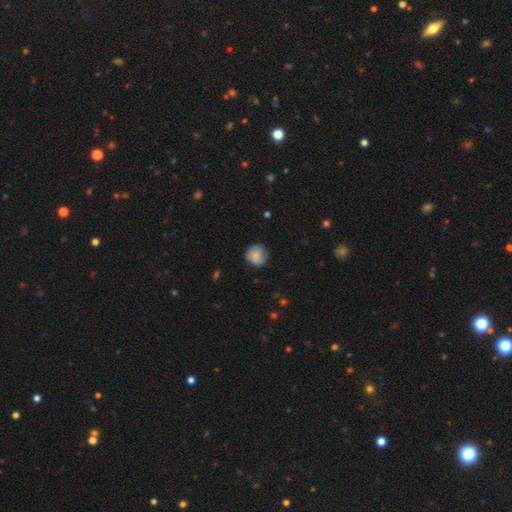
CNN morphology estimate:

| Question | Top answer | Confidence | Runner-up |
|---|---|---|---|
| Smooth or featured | smooth | 83% | featured or disk (10%) |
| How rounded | round | 90% | in between (9%) |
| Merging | none | 80% | minor disturbance (16%) |